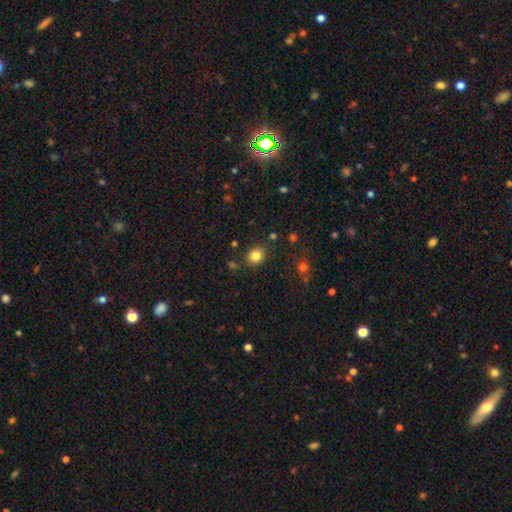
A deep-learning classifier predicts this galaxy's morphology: Q: Smooth or featured?
A: smooth (83%); runner-up: star or artifact (11%)
Q: How rounded?
A: round (64%); runner-up: in between (35%)
Q: Merging?
A: none (85%); runner-up: minor disturbance (9%)